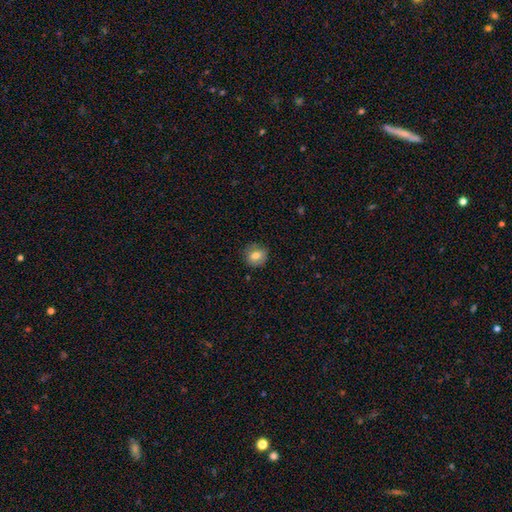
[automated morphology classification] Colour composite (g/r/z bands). It shows a smooth galaxy with no disk features (76%) that is round (71%). Merging: none (81%).